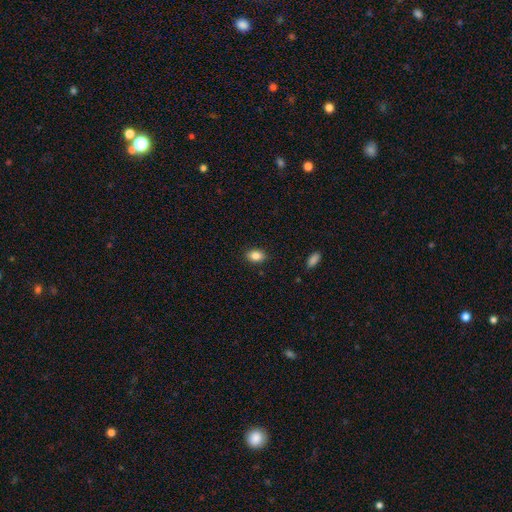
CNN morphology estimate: A smooth galaxy with no disk features (85%) that is in between round and cigar-shaped (79%). Merging: none (87%).